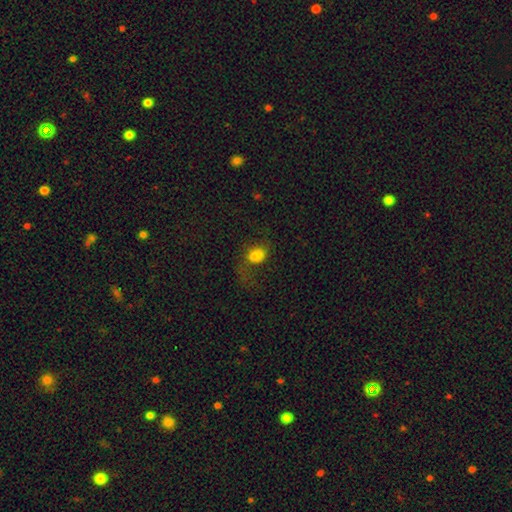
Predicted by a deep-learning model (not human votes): This is likely a smooth galaxy (64%). How rounded: likely in between (60%). Merging: marginally merger (38%).